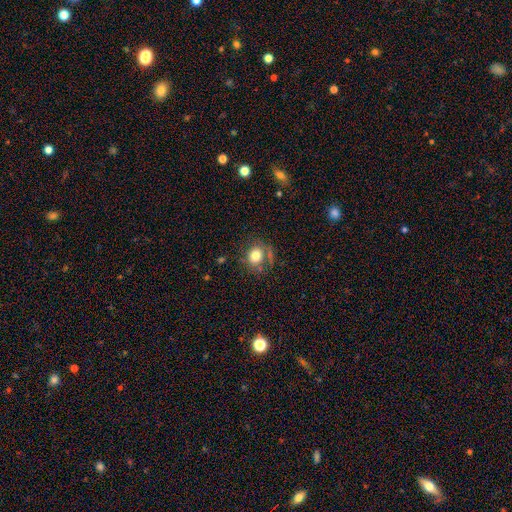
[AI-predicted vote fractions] Morphology: type=smooth (75%); roundness=round (74%); merging=none (65%).